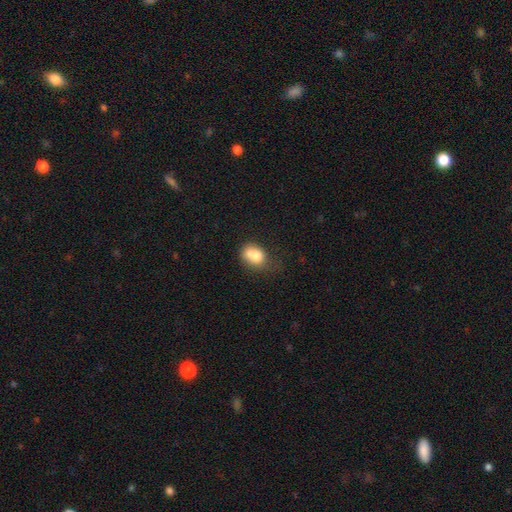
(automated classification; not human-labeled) smooth_or_featured: smooth (p=0.75) [alt: featured or disk p=0.16]
how_rounded: in between (p=0.63) [alt: round p=0.35]
merging: none (p=0.35) [alt: merger p=0.31]